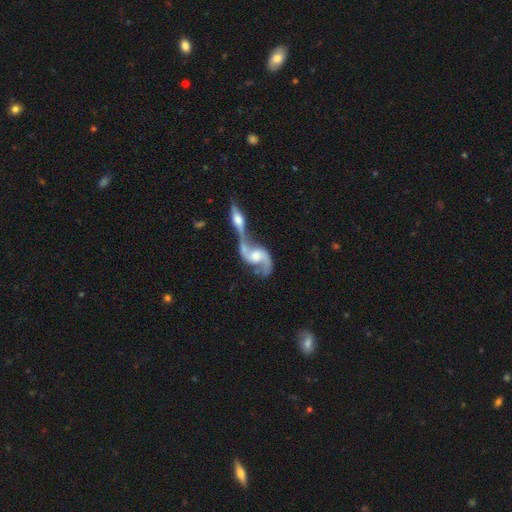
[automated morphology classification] A featured or disk galaxy (87%) with no bar (46%), 2 (90%) loose (68%) spiral arms (95%) and a moderate central bulge (50%).

Vote fractions:
- Smooth or featured? featured or disk: 87% / smooth: 8% / star or artifact: 5%
- Edge-on disk? no: 94% / yes: 6%
- Bar? no: 46% / weak: 42% / strong: 12%
- Spiral arms? yes: 95% / no: 5%
- Spiral winding? loose: 68% / medium: 26% / tight: 6%
- Spiral arm count? 2: 90% / 1: 4% / can't tell: 3% / 3: 1% / 4: 1% / more than 4: 1%
- Bulge size? moderate: 50% / small: 26% / large: 14% / none: 8% / dominant: 2%
- Merging? merger: 73% / none: 15% / major disturbance: 6% / minor disturbance: 6%